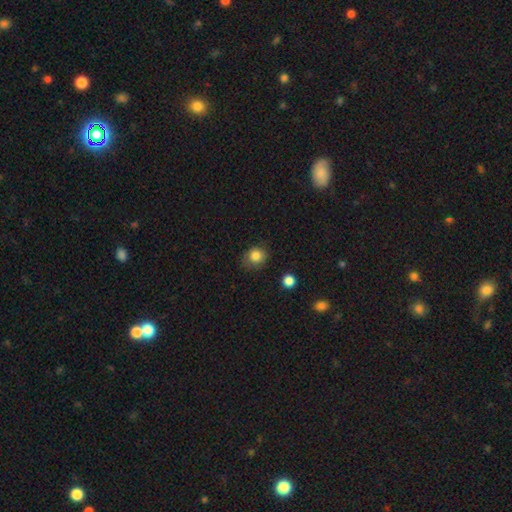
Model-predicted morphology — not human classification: The model was most divided on "how rounded": round: 75%, in between: 25%, cigar-shaped: 1%. More confident: smooth or featured — smooth (83%); merging — none (73%).